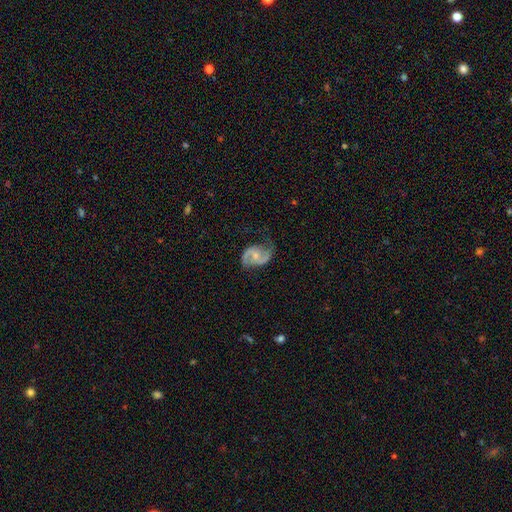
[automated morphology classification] The model was most divided on "bulge size": small: 47%, moderate: 46%, none: 4%, large: 2%, dominant: 1%. Remaining: edge-on disk — no (98%); spiral arms — yes (95%); spiral arm count — 2 (91%); smooth or featured — featured or disk (84%); merging — none (68%); bar — no (52%); spiral winding — medium (48%).